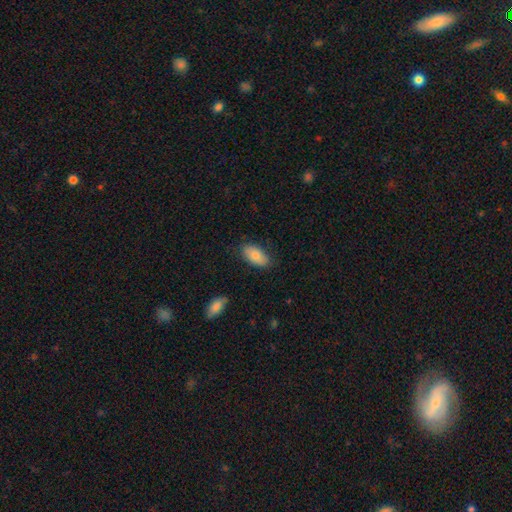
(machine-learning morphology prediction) Smooth or featured?
  - smooth: 81% *
  - featured or disk: 13%
  - star or artifact: 6%
How rounded?
  - in between: 94% *
  - cigar-shaped: 3%
  - round: 3%
Merging?
  - none: 81% *
  - minor disturbance: 15%
  - major disturbance: 3%
  - merger: 1%